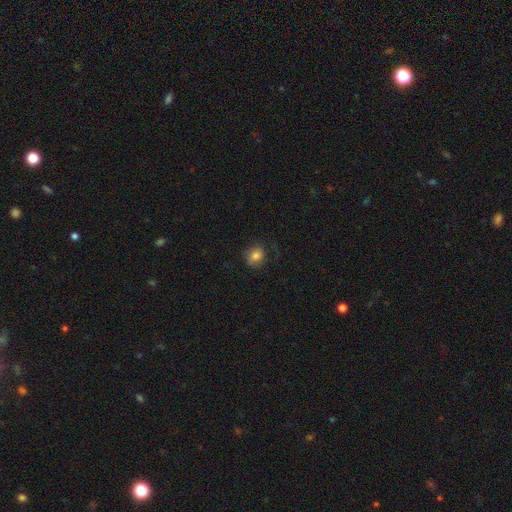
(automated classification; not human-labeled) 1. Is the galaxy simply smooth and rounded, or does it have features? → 78% smooth, 12% featured or disk, 10% star or artifact.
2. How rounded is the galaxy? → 66% round, 33% in between, 1% cigar-shaped.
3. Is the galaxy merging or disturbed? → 68% none, 20% minor disturbance, 11% major disturbance, 1% merger.